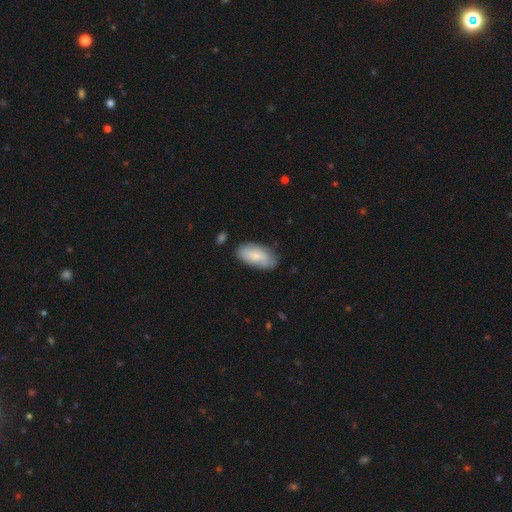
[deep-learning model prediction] Morphology: type=smooth (75%); roundness=in between (93%); merging=none (69%).